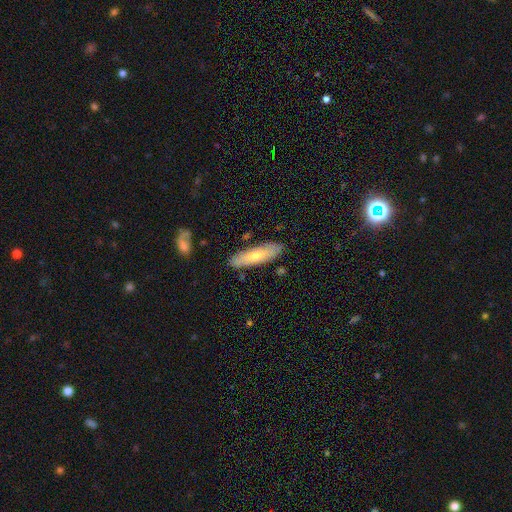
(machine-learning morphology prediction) type=smooth (61%); roundness=cigar-shaped (63%); merging=none (85%).